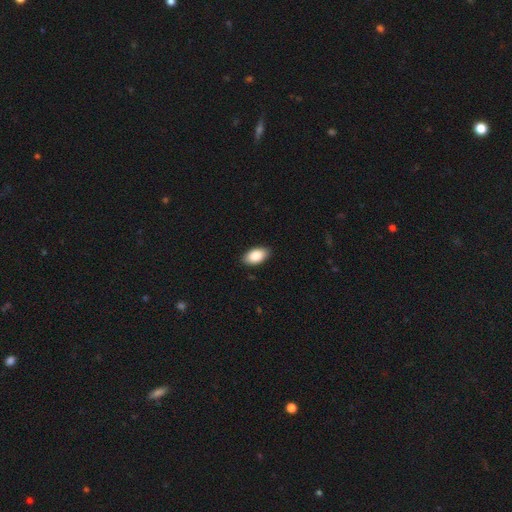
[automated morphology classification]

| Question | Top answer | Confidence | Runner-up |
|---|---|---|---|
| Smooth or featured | smooth | 87% | featured or disk (6%) |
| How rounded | in between | 95% | round (3%) |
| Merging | none | 89% | minor disturbance (8%) |